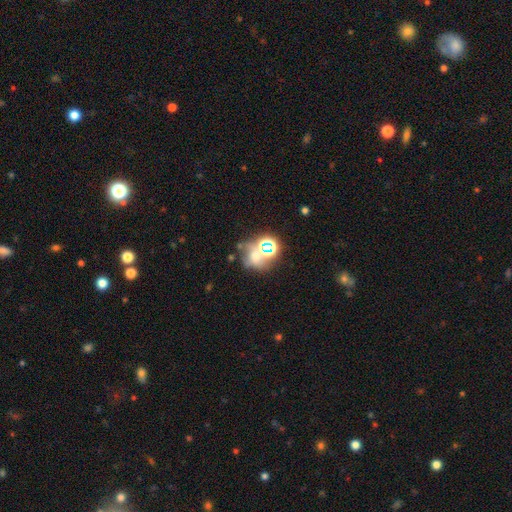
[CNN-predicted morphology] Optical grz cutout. It shows a star or artifact, not a galaxy (39%, tied with smooth).